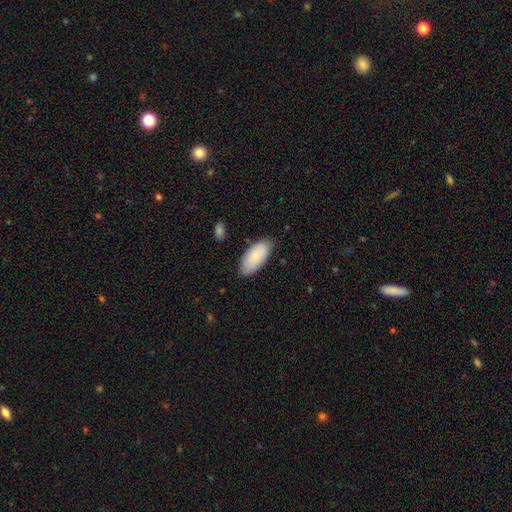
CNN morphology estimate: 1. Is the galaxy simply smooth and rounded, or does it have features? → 83% smooth, 11% featured or disk, 6% star or artifact.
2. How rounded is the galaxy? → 92% in between, 6% cigar-shaped, 2% round.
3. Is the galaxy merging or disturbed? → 78% none, 17% minor disturbance, 3% major disturbance, 2% merger.